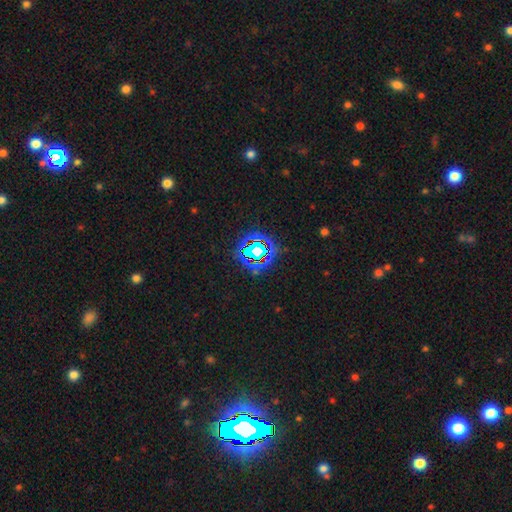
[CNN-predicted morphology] Overall: star or artifact (78%).